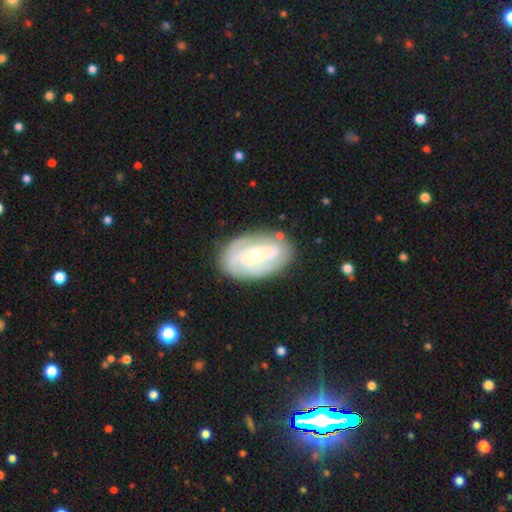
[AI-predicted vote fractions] Smooth or featured: featured or disk — 77% (smooth — 18%)
Edge-on disk: no — 95% (yes — 5%)
Bar: no — 41% (weak — 38%)
Spiral arms: yes — 85% (no — 15%)
Spiral winding: tight — 62% (medium — 28%)
Spiral arm count: 2 — 36% (can't tell — 35%)
Bulge size: moderate — 53% (small — 42%)
Merging: none — 78% (minor disturbance — 15%)